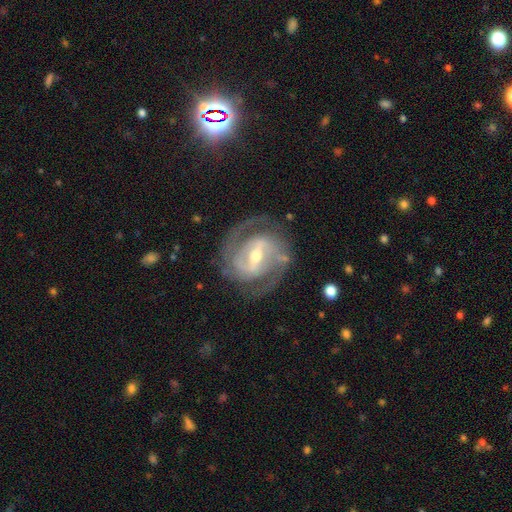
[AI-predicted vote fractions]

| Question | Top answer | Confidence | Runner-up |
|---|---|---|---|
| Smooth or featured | featured or disk | 91% | smooth (5%) |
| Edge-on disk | no | 97% | yes (3%) |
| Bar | strong | 51% | weak (38%) |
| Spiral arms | yes | 97% | no (3%) |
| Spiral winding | tight | 48% | medium (44%) |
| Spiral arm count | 2 | 82% | 3 (7%) |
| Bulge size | moderate | 59% | small (36%) |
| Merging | none | 78% | minor disturbance (14%) |